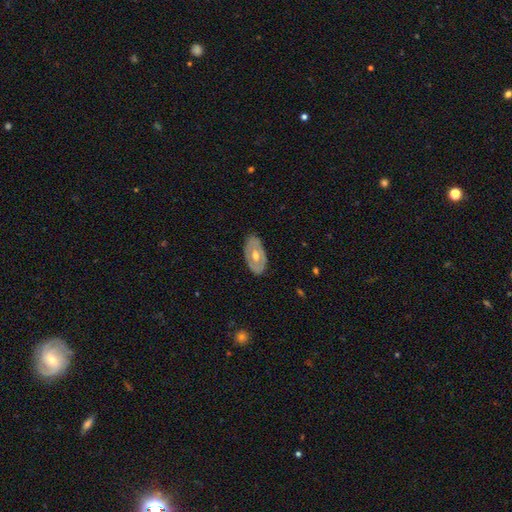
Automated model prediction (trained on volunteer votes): This appears to be a featured or disk galaxy (57%) with no bar (81%), no spiral arms (82%) and a moderate central bulge (77%). Merging: none (82%).